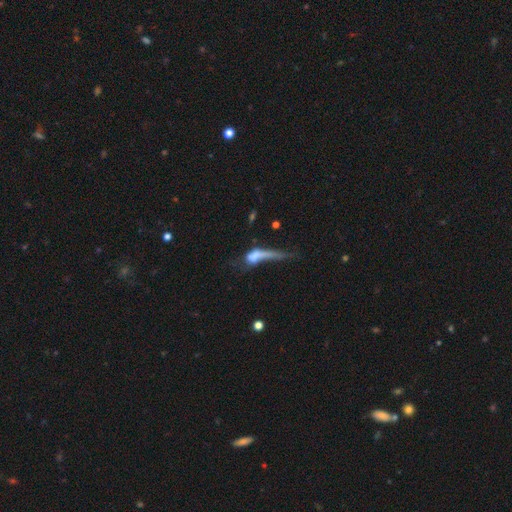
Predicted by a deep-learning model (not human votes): A smooth galaxy with no disk features (51%) that is in between round and cigar-shaped (48%).

Vote fractions:
- Smooth or featured? smooth: 51% / featured or disk: 37% / star or artifact: 12%
- How rounded? in between: 48% / cigar-shaped: 41% / round: 11%
- Merging? major disturbance: 49% / merger: 22% / none: 16% / minor disturbance: 13%